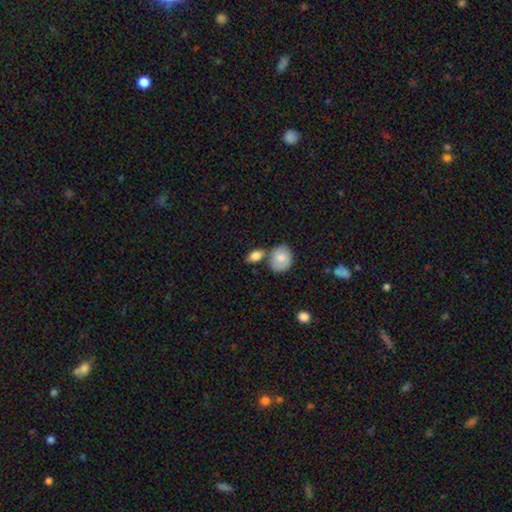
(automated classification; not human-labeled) Smooth or featured?
  - smooth: 82% *
  - featured or disk: 11%
  - star or artifact: 7%
How rounded?
  - in between: 80% *
  - round: 16%
  - cigar-shaped: 4%
Merging?
  - none: 56% *
  - merger: 26%
  - minor disturbance: 14%
  - major disturbance: 4%